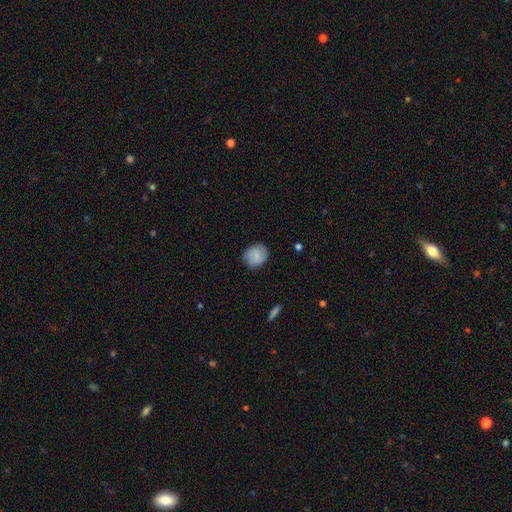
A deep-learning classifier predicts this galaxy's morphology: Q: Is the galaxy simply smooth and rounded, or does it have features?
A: smooth — 69%.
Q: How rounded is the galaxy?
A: round — 74%.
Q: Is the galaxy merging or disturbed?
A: none — 83%.